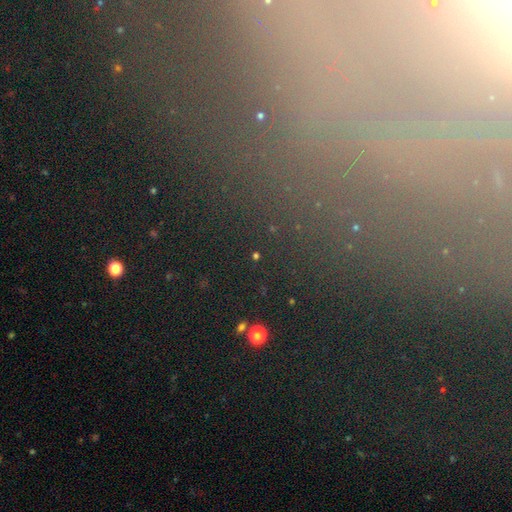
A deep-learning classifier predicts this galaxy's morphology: A star or artifact, not a galaxy (60%).

Vote fractions:
- Smooth or featured? star or artifact: 60% / smooth: 27% / featured or disk: 13%